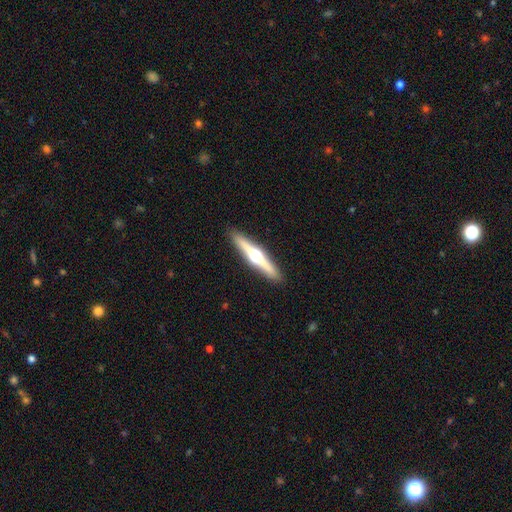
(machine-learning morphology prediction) Smooth or featured? Predicted: featured or disk (p=0.69). Edge-on disk? Predicted: yes (p=0.97). Edge-on bulge? Predicted: rounded (p=0.95). Merging? Predicted: none (p=0.91).